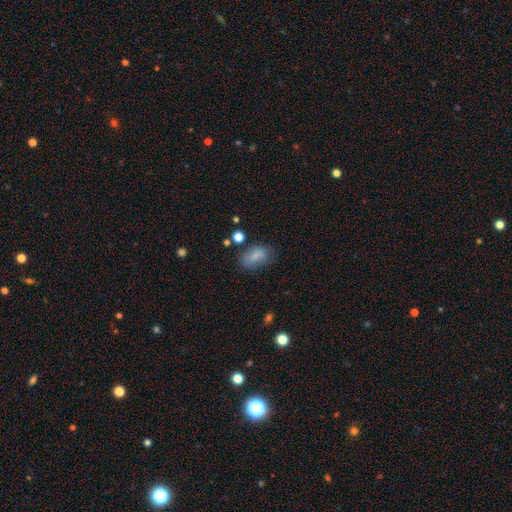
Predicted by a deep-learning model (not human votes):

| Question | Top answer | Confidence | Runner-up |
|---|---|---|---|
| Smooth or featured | smooth | 79% | featured or disk (11%) |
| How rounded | in between | 86% | round (12%) |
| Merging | none | 64% | minor disturbance (23%) |